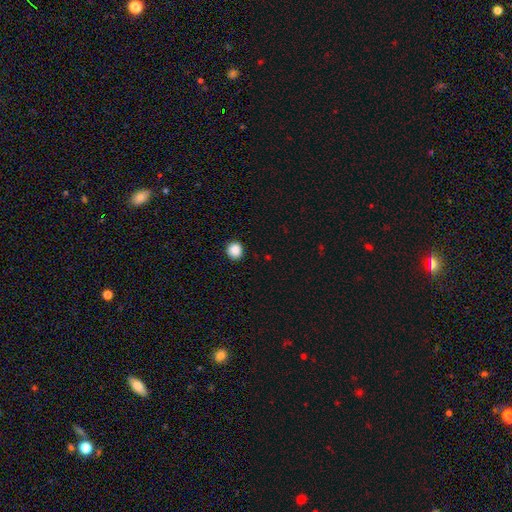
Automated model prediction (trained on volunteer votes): The model was most divided on "smooth or featured": smooth: 87%, star or artifact: 10%, featured or disk: 3%. More confident: merging — none (91%); how rounded — round (88%).